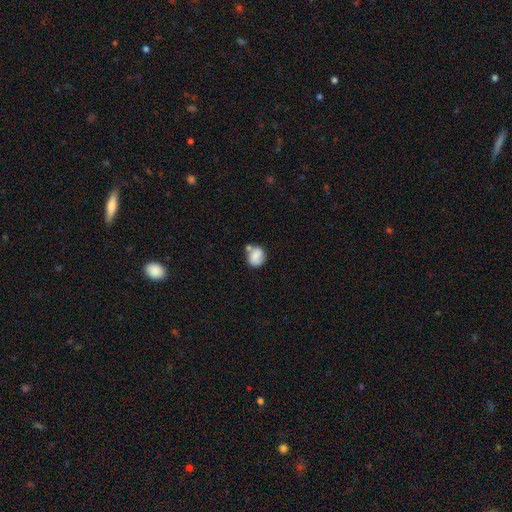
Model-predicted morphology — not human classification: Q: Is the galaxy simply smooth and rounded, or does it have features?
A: smooth — 74%.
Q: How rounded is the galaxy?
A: round — 65%.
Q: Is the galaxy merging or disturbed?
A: none — 48%.